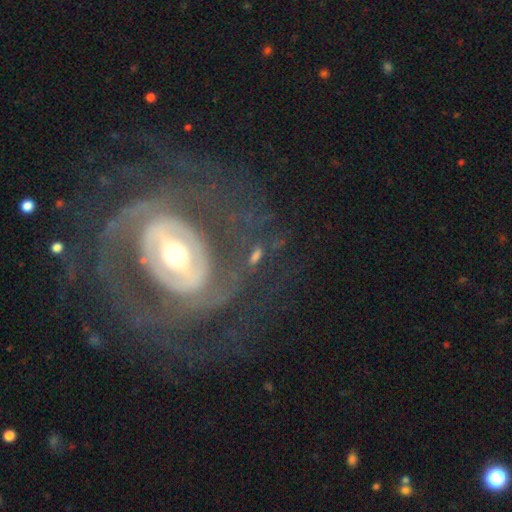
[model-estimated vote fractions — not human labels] A featured or disk galaxy (76%) with a strong bar (45%), spiral arms (70%) and a moderate central bulge (68%). Merging: none (62%).